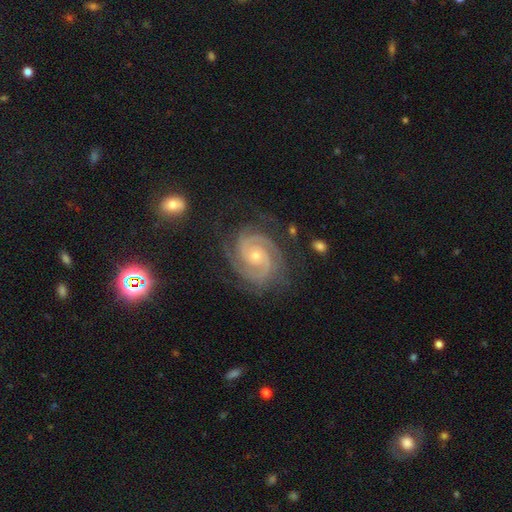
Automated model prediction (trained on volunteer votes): Overall: featured or disk (92%). Edge-on disk: no (98%). Bar: no (68%). Spiral arms: yes (99%). Spiral arm count: 2 (70%). Spiral winding: tight (71%). Bulge size: small (66%; moderate 30%). Merging: none (78%).